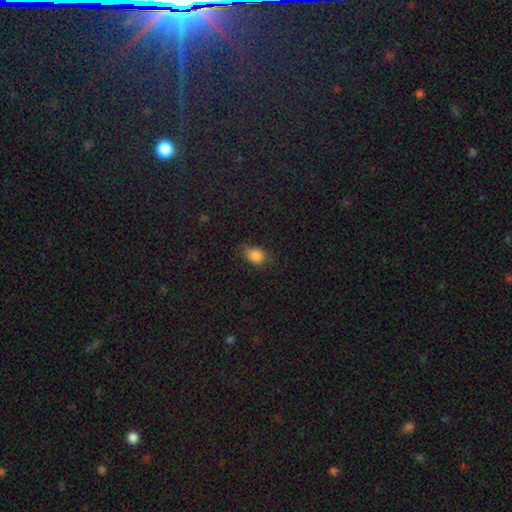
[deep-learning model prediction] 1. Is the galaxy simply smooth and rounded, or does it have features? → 85% smooth, 10% star or artifact, 5% featured or disk.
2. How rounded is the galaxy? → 79% in between, 19% round, 2% cigar-shaped.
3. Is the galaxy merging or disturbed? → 76% none, 18% minor disturbance, 4% major disturbance, 1% merger.